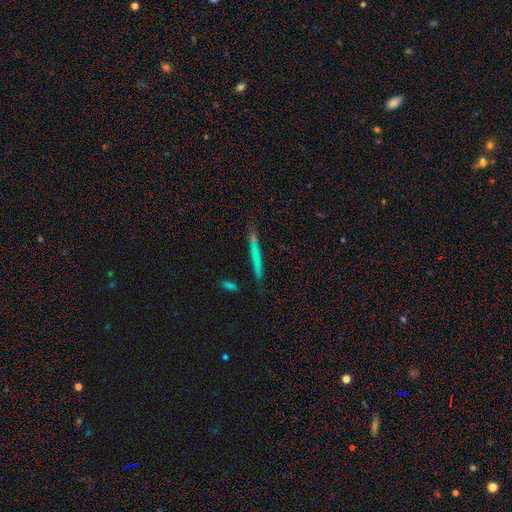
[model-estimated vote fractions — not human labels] Smooth or featured: smooth — 59% (featured or disk — 32%)
How rounded: cigar-shaped — 96% (in between — 3%)
Merging: none — 82% (minor disturbance — 12%)